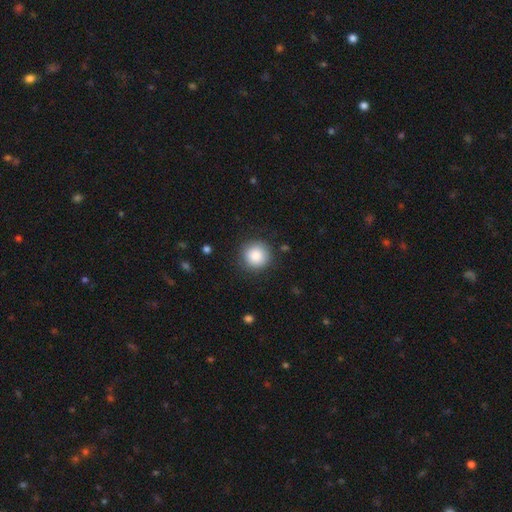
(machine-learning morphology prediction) smooth 86%, star or artifact 8%, featured or disk 6%. Down the decision tree: how rounded — round (95%); merging — none (88%).